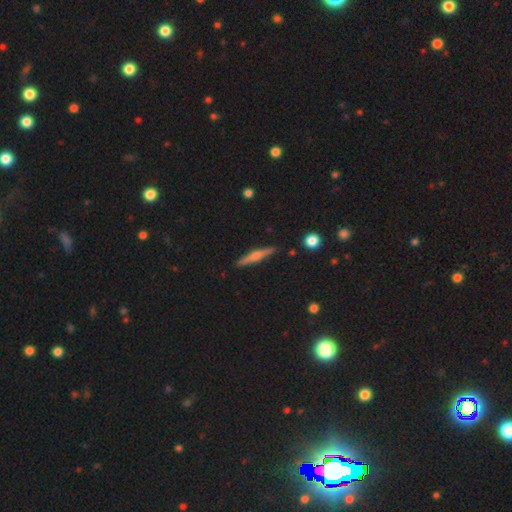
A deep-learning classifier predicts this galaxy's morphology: Smooth or featured? featured or disk (69%)
Edge-on disk? yes (98%)
Edge-on bulge? rounded (83%)
Merging? none (91%)